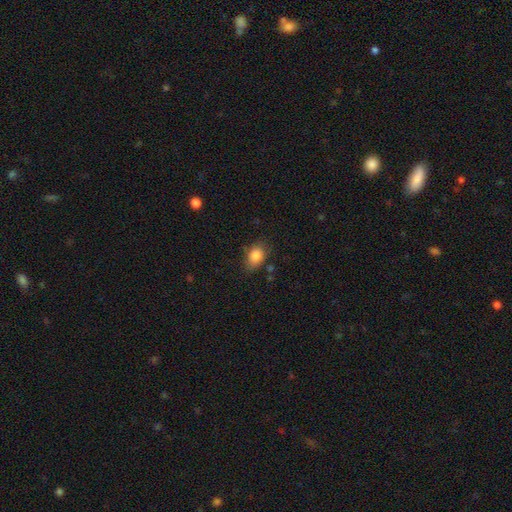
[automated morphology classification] A smooth galaxy with no disk features (84%) that is in between round and cigar-shaped (76%). Merging: none (71%).